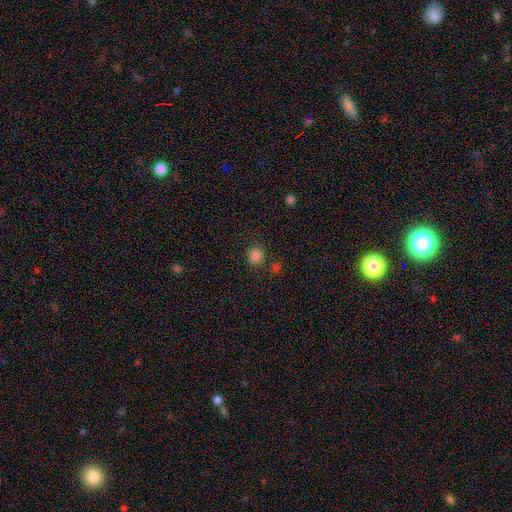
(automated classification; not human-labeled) Morphology: type=smooth (82%); roundness=round (89%); merging=none (78%).